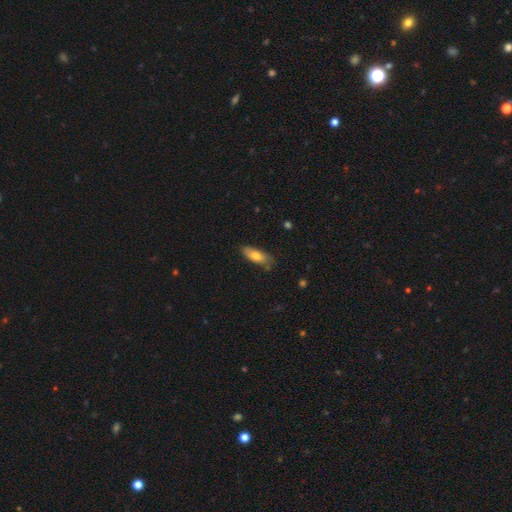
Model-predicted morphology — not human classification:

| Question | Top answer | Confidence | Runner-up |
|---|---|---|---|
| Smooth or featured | smooth | 74% | featured or disk (19%) |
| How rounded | in between | 74% | cigar-shaped (23%) |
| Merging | none | 76% | minor disturbance (19%) |